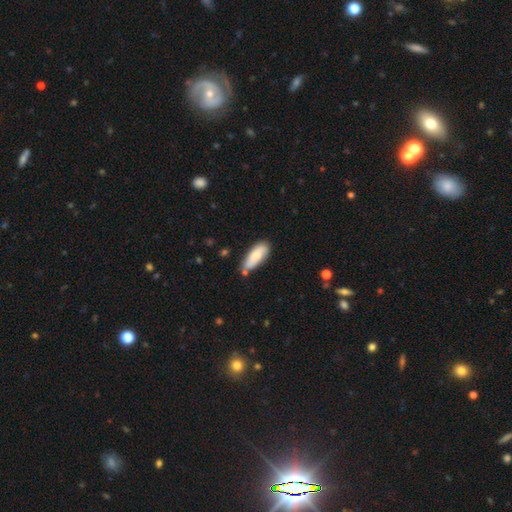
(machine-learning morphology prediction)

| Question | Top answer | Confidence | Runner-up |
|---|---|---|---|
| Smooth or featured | smooth | 77% | featured or disk (17%) |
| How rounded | in between | 70% | cigar-shaped (28%) |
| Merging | none | 68% | minor disturbance (21%) |